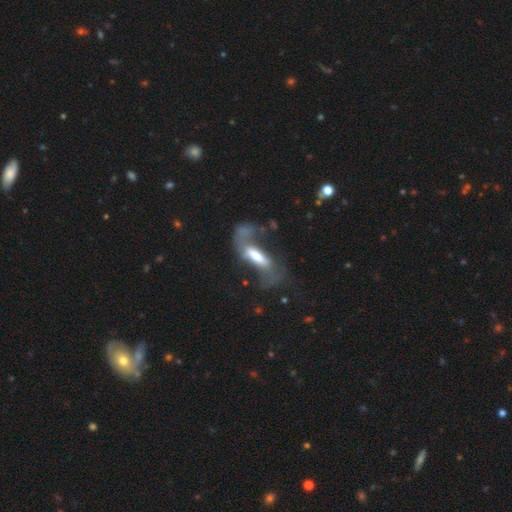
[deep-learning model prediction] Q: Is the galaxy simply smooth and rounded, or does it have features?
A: featured or disk — 46%.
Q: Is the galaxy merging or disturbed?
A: major disturbance — 48%.